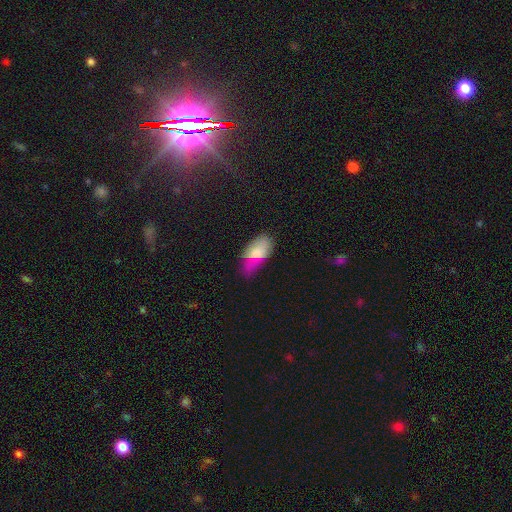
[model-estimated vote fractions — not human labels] A star or artifact, not a galaxy (37%).

Vote fractions:
- Smooth or featured? star or artifact: 37% / smooth: 32% / featured or disk: 31%